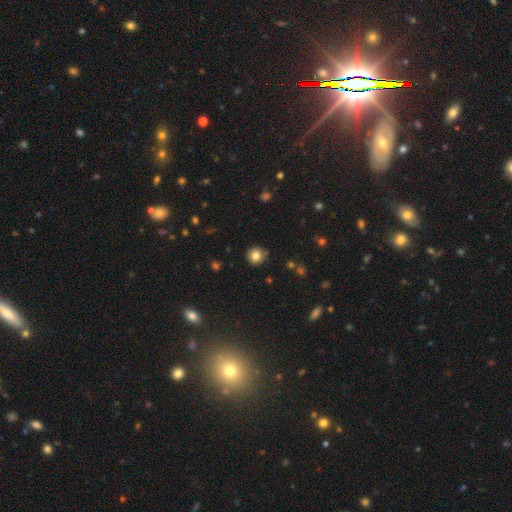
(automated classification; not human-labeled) A smooth galaxy with no disk features (81%) that is round (93%). Merging: none (87%).